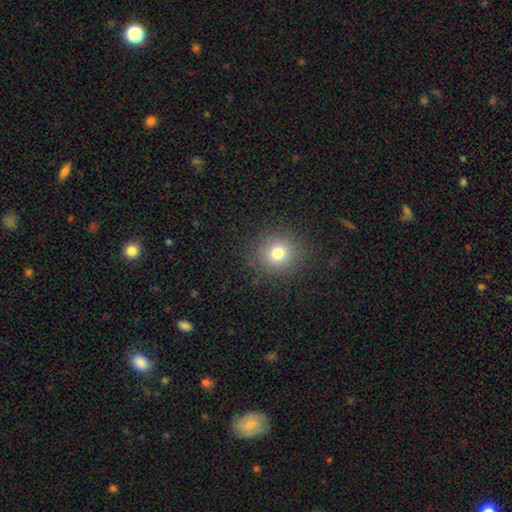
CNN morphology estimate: Smooth or featured?
  - smooth: 74% *
  - star or artifact: 19%
  - featured or disk: 6%
How rounded?
  - round: 92% *
  - in between: 7%
  - cigar-shaped: 1%
Merging?
  - none: 92% *
  - minor disturbance: 5%
  - major disturbance: 2%
  - merger: 1%